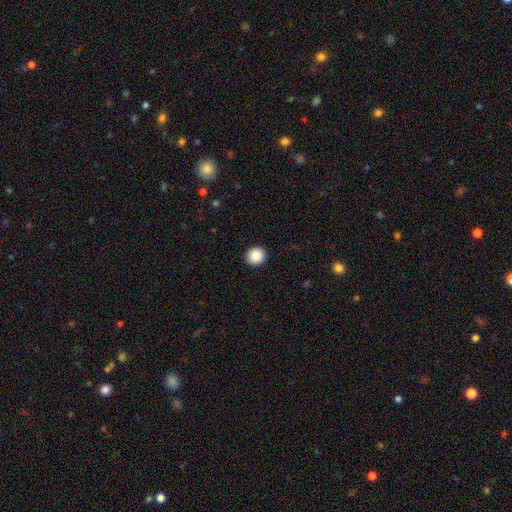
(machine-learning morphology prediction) type=smooth (88%); roundness=round (92%); merging=none (93%).